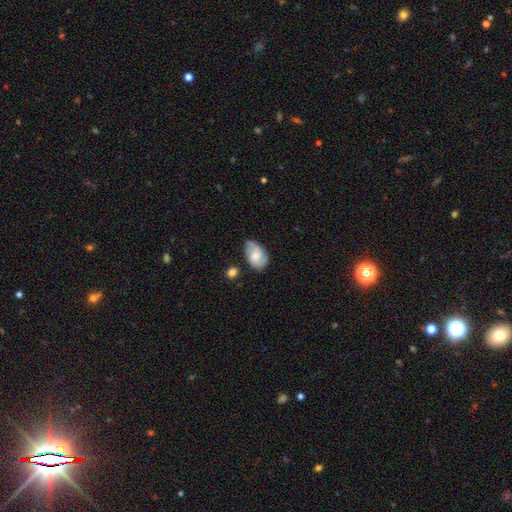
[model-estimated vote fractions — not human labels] Smooth or featured? smooth (53%)
How rounded? in between (89%)
Merging? none (50%)